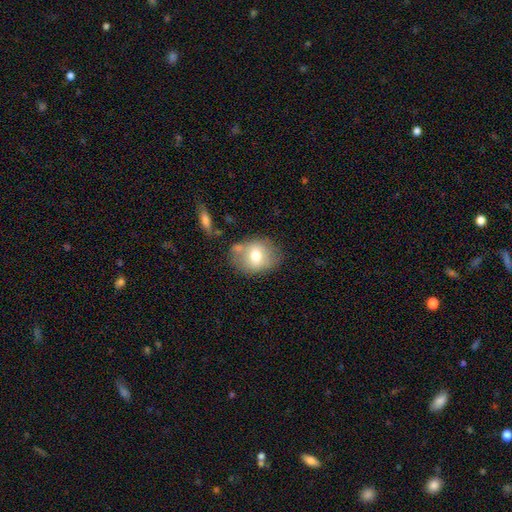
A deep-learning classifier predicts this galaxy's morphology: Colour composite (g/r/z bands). It shows a smooth galaxy with no disk features (65%) that is round (51%). Merging: none (61%).